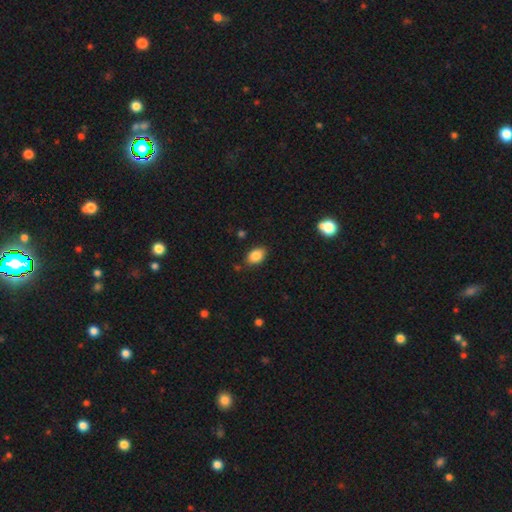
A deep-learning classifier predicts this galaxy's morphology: Smooth or featured?
  - smooth: 86% *
  - star or artifact: 8%
  - featured or disk: 6%
How rounded?
  - in between: 86% *
  - round: 13%
  - cigar-shaped: 1%
Merging?
  - none: 83% *
  - minor disturbance: 12%
  - major disturbance: 3%
  - merger: 2%